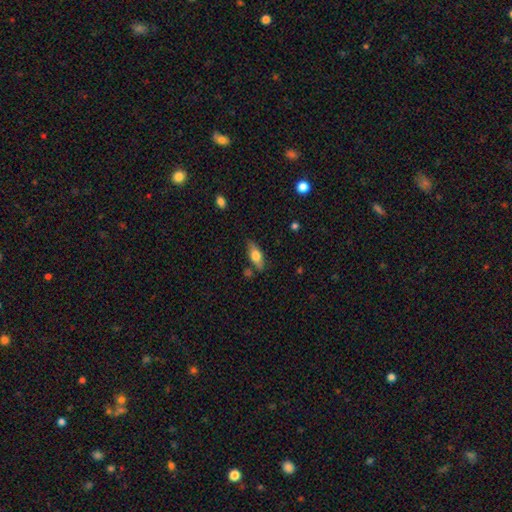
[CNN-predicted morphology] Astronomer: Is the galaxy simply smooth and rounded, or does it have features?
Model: smooth — 66%.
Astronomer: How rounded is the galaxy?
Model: in between — 73%.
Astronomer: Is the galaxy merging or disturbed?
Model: none — 77%.